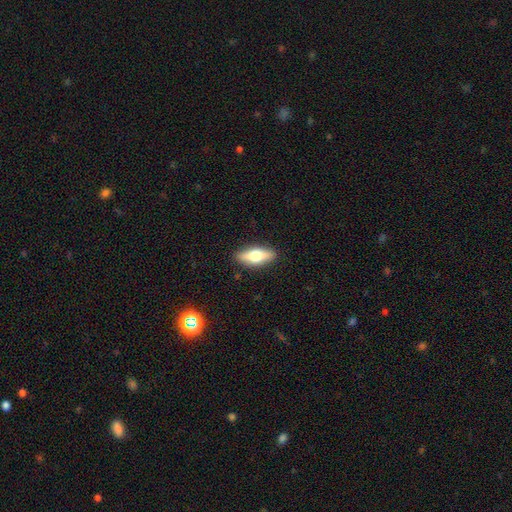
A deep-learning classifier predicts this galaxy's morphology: A smooth galaxy with no disk features (56%) that is in between round and cigar-shaped (68%).

Vote fractions:
- Smooth or featured? smooth: 56% / featured or disk: 37% / star or artifact: 7%
- How rounded? in between: 68% / cigar-shaped: 29% / round: 3%
- Merging? none: 89% / minor disturbance: 8% / major disturbance: 2% / merger: 1%